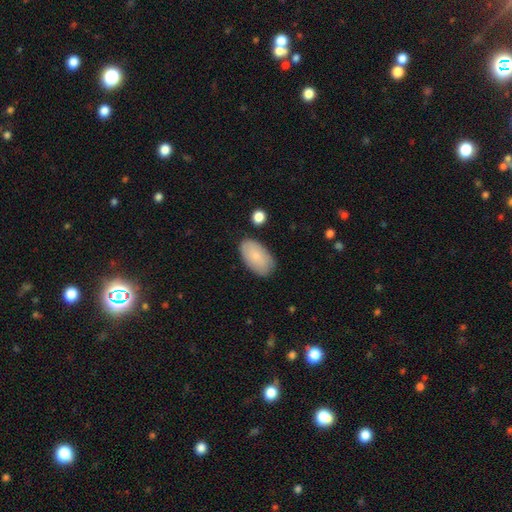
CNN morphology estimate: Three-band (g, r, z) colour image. It shows a smooth galaxy with no disk features (80%) that is in between round and cigar-shaped (95%). Merging: none (82%).